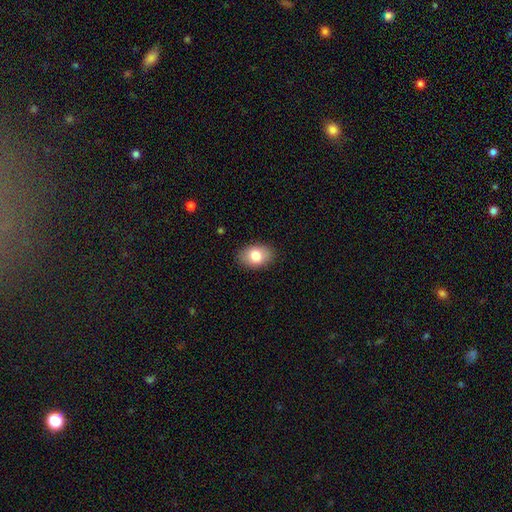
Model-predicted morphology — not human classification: type=smooth (81%); roundness=in between (84%); merging=none (87%).